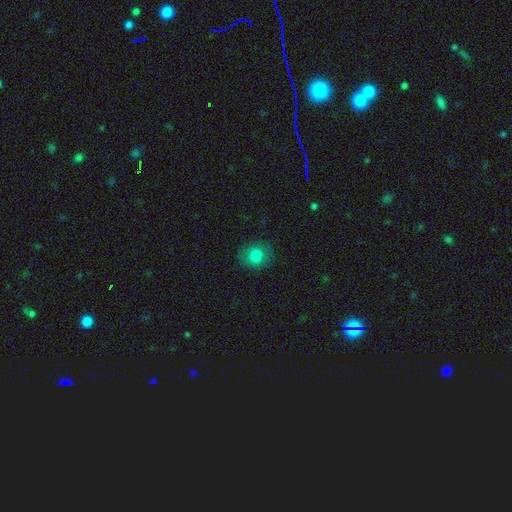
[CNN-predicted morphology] smooth 79%, star or artifact 11%, featured or disk 9%. Down the decision tree: how rounded — round (78%); merging — none (84%).